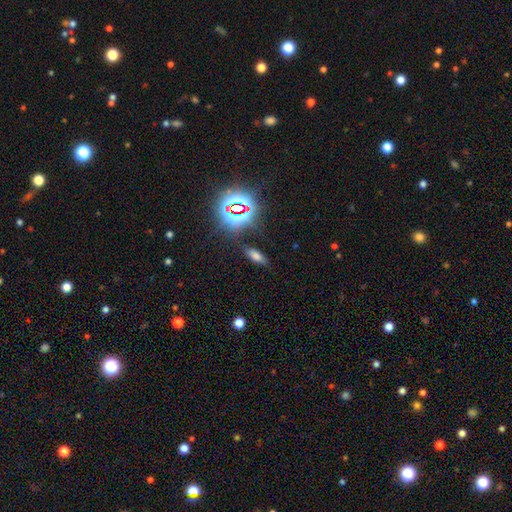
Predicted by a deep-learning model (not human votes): Smooth or featured? smooth (61%)
How rounded? in between (66%)
Merging? none (79%)